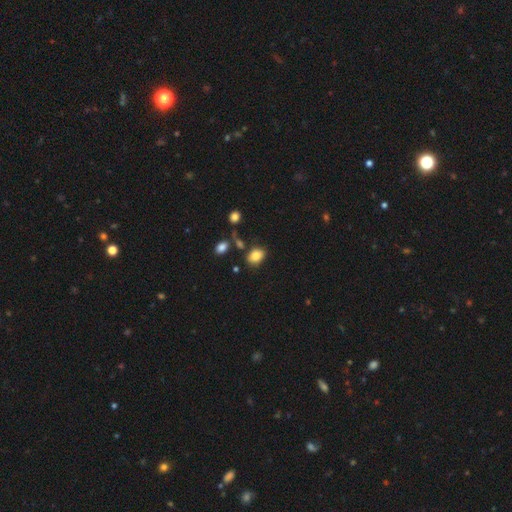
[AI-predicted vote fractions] Q: Smooth or featured?
A: smooth (85%); runner-up: star or artifact (10%)
Q: How rounded?
A: in between (71%); runner-up: round (28%)
Q: Merging?
A: none (75%); runner-up: minor disturbance (15%)